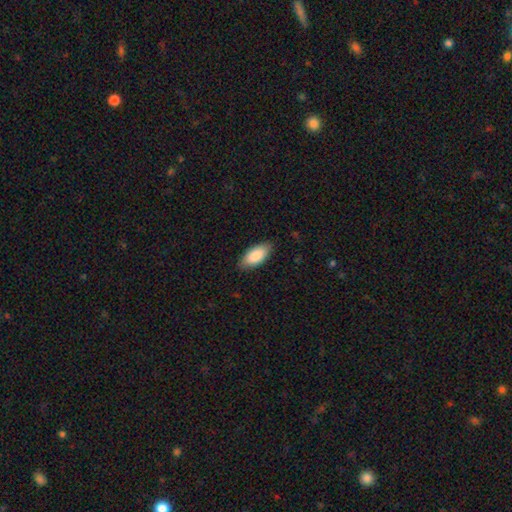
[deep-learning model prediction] Smooth or featured? smooth (88%)
How rounded? in between (92%)
Merging? none (84%)